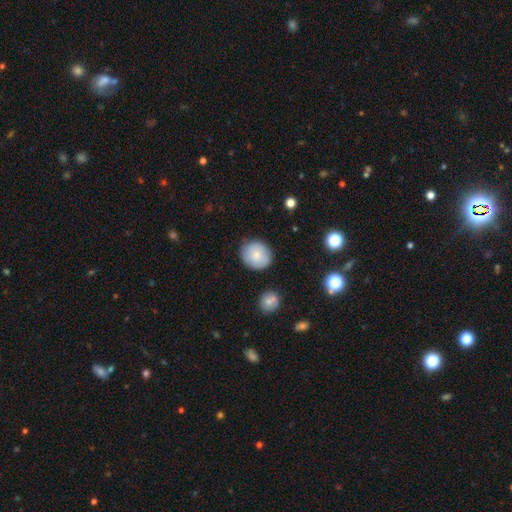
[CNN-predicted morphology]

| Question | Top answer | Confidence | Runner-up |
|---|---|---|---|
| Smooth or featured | smooth | 75% | featured or disk (18%) |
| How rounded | round | 84% | in between (15%) |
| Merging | none | 81% | minor disturbance (13%) |